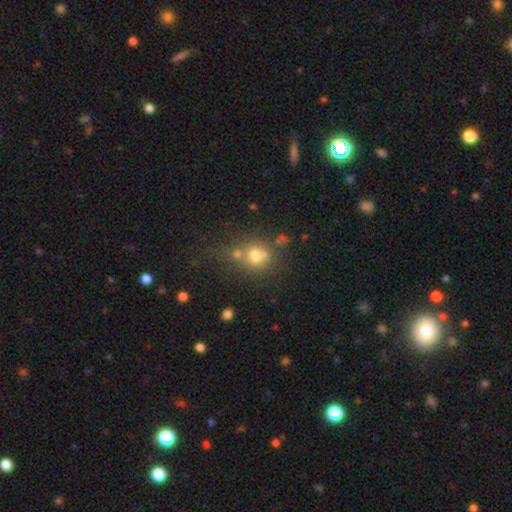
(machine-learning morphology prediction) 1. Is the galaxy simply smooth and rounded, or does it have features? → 69% smooth, 17% star or artifact, 15% featured or disk.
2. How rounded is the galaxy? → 83% round, 16% in between, 1% cigar-shaped.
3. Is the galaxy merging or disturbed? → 51% none, 29% merger, 13% minor disturbance, 7% major disturbance.